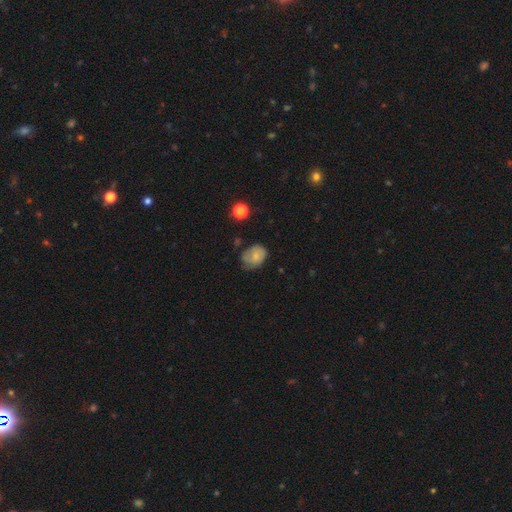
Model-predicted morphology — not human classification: Smooth or featured? Predicted: smooth (p=0.66). How rounded? Predicted: in between (p=0.62). Merging? Predicted: none (p=0.45).